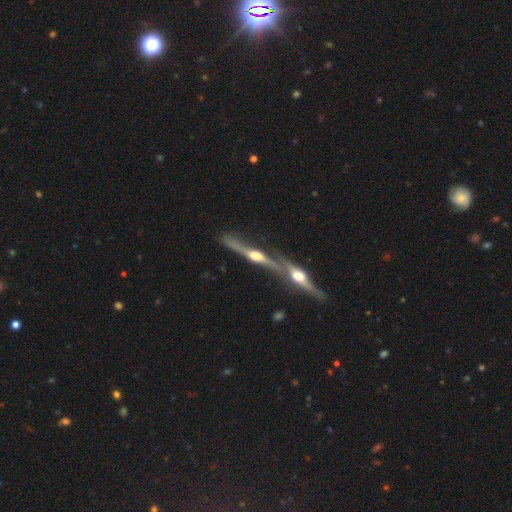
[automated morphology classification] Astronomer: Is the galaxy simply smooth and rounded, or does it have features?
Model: featured or disk — 81%.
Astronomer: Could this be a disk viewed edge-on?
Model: yes — 92%.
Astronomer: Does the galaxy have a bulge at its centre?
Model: rounded — 91%.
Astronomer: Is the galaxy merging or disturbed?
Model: merger — 48% (runner-up: none, 38%).